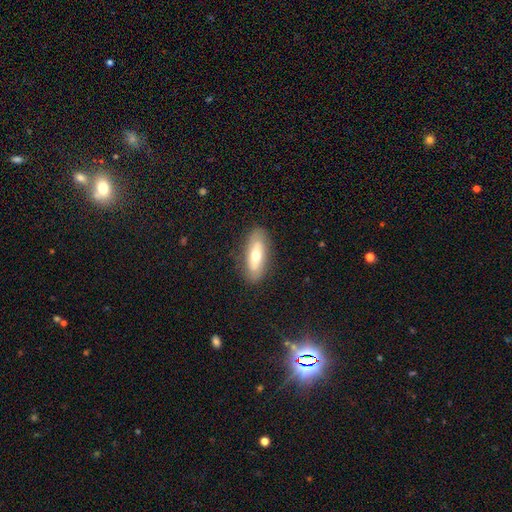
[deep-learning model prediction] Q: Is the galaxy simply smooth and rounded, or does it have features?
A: smooth — 55%.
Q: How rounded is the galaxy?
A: in between — 69%.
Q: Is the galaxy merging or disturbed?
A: none — 85%.